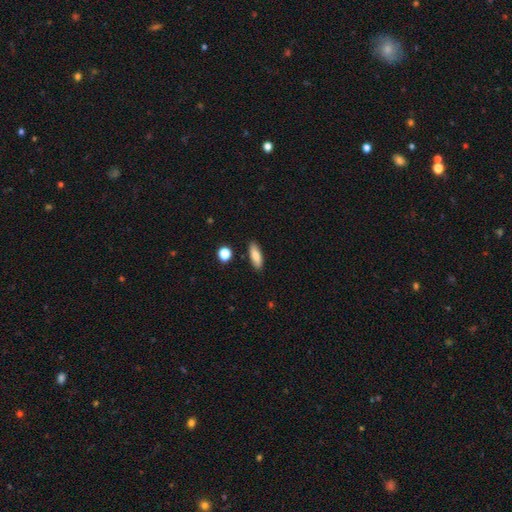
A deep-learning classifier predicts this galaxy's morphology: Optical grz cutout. It shows a smooth galaxy with no disk features (81%) that is in between round and cigar-shaped (62%). Merging: none (87%).